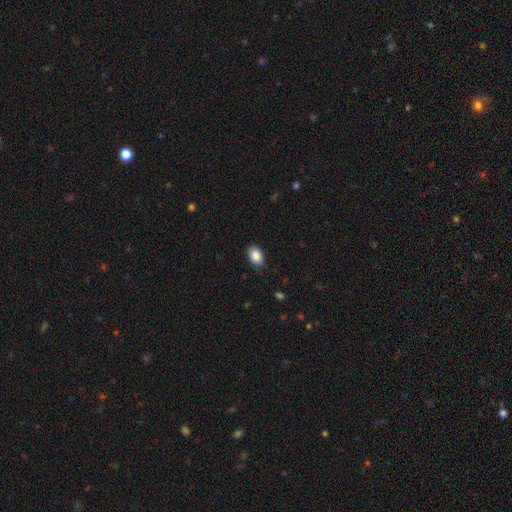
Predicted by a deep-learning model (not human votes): Q: Smooth or featured?
A: smooth (88%); runner-up: star or artifact (7%)
Q: How rounded?
A: in between (88%); runner-up: round (10%)
Q: Merging?
A: none (86%); runner-up: minor disturbance (11%)